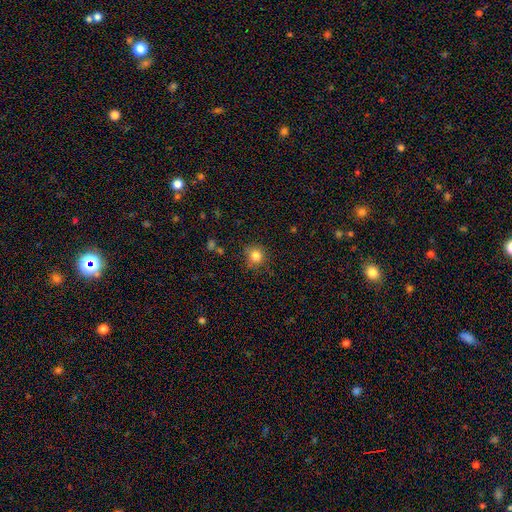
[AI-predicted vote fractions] A smooth galaxy with no disk features (83%) that is round (89%).

Vote fractions:
- Smooth or featured? smooth: 83% / star or artifact: 12% / featured or disk: 5%
- How rounded? round: 89% / in between: 10% / cigar-shaped: 1%
- Merging? none: 82% / minor disturbance: 13% / major disturbance: 3% / merger: 2%